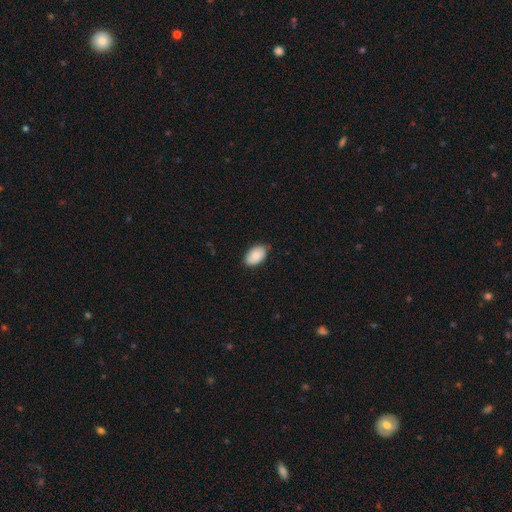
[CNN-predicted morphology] smooth-or-featured: smooth: 88% | star or artifact: 6% | featured or disk: 6%
  how-rounded: in between: 94% | round: 5% | cigar-shaped: 1%
  merging: none: 83% | minor disturbance: 14% | major disturbance: 2% | merger: 1%